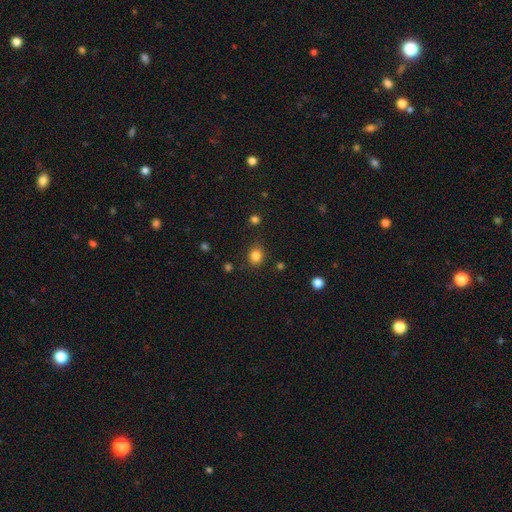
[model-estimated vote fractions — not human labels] This appears to be a smooth galaxy with no disk features (83%) that is round (73%). Merging: none (86%).